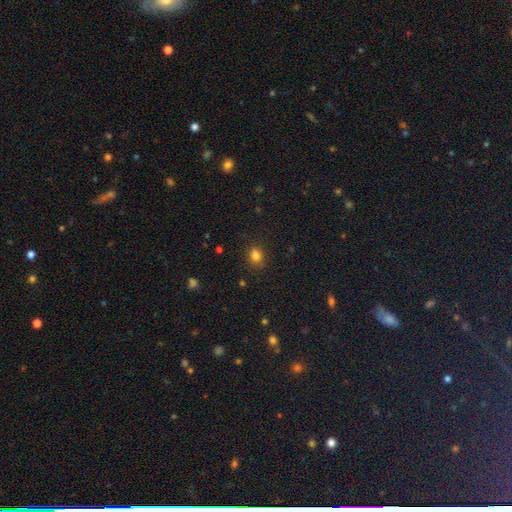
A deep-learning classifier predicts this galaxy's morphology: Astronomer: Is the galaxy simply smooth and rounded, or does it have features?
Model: smooth — 80%.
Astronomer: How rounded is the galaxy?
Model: round — 62% (runner-up: in between, 37%).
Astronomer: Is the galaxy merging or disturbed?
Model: none — 76%.